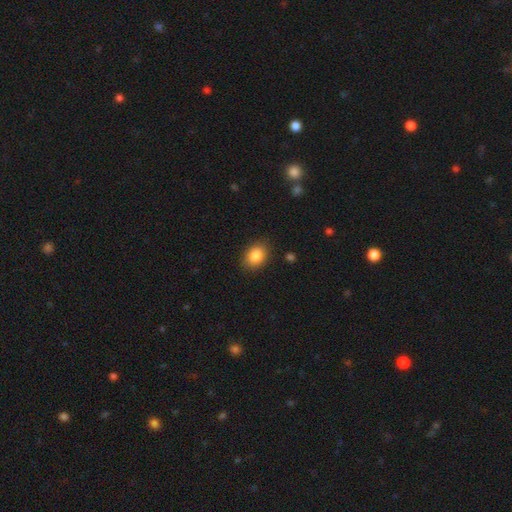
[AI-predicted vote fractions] Smooth or featured: smooth — 86% (star or artifact — 8%)
How rounded: in between — 67% (round — 32%)
Merging: none — 86% (minor disturbance — 10%)